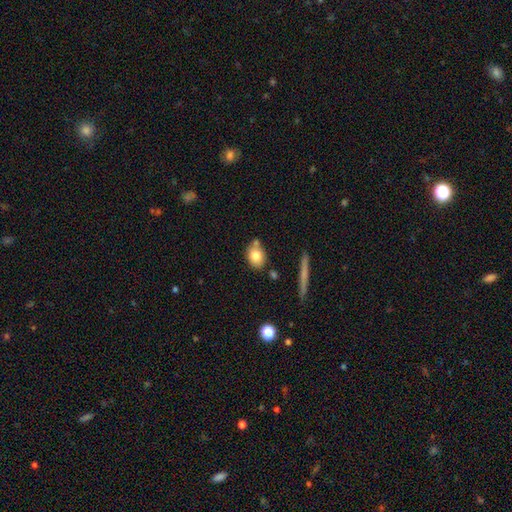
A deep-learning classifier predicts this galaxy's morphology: This appears to be a smooth galaxy with no disk features (77%) that is in between round and cigar-shaped (55%). Merging: none (65%).